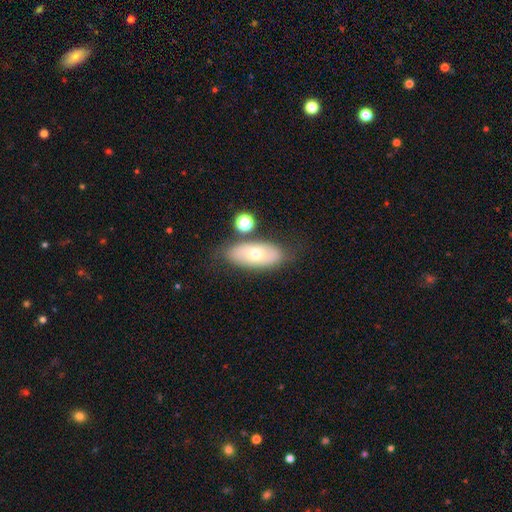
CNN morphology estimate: Smooth or featured? smooth (54%)
How rounded? in between (87%)
Merging? none (72%)